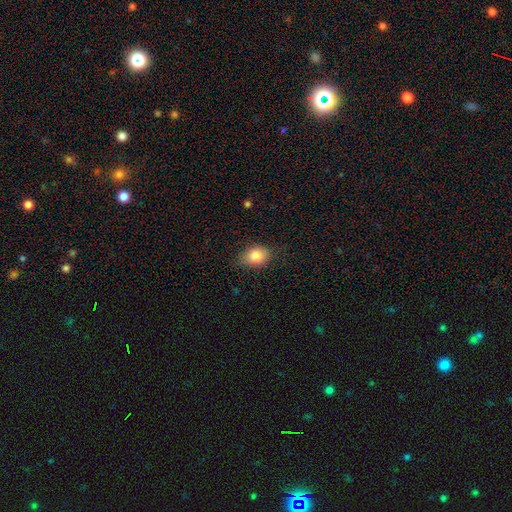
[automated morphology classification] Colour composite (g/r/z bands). It shows a smooth galaxy with no disk features (83%) that is in between round and cigar-shaped (69%). Merging: none (78%).